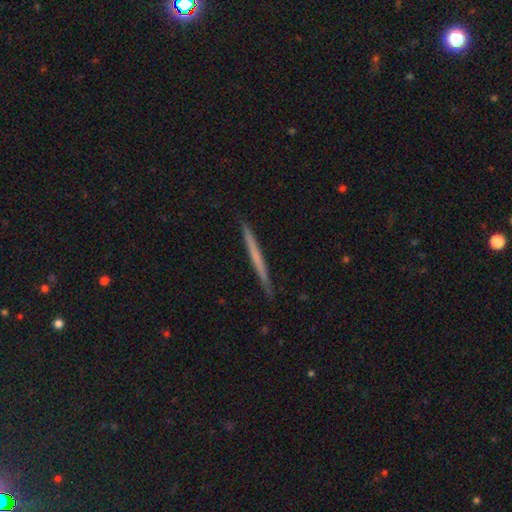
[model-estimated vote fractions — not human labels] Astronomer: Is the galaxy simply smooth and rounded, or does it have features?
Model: smooth — 48% (runner-up: featured or disk, 47%).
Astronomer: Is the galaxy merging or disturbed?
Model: none — 91%.